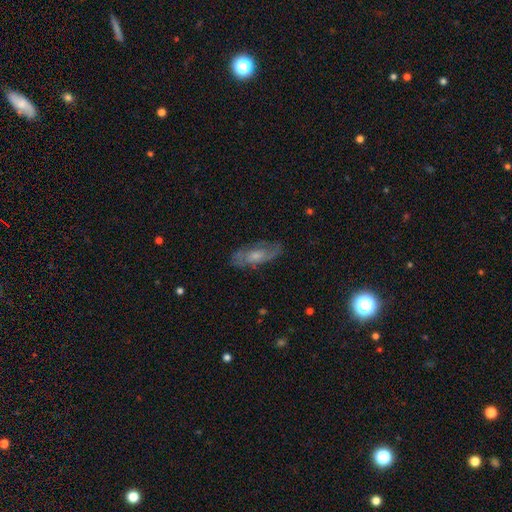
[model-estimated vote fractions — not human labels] A featured or disk galaxy (63%) with no bar (68%), spiral arms (79%) and a moderate central bulge (52%).

Vote fractions:
- Smooth or featured? featured or disk: 63% / smooth: 27% / star or artifact: 10%
- Edge-on disk? no: 85% / yes: 15%
- Bar? no: 68% / weak: 27% / strong: 5%
- Spiral arms? yes: 79% / no: 21%
- Bulge size? moderate: 52% / small: 35% / large: 7% / none: 6% / dominant: 1%
- Merging? none: 77% / minor disturbance: 16% / major disturbance: 5% / merger: 1%